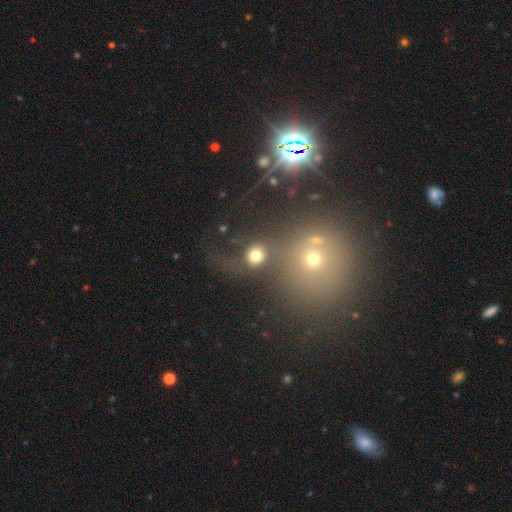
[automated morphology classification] smooth 77%, star or artifact 14%, featured or disk 9%. Down the decision tree: how rounded — round (80%); merging — none (62%).